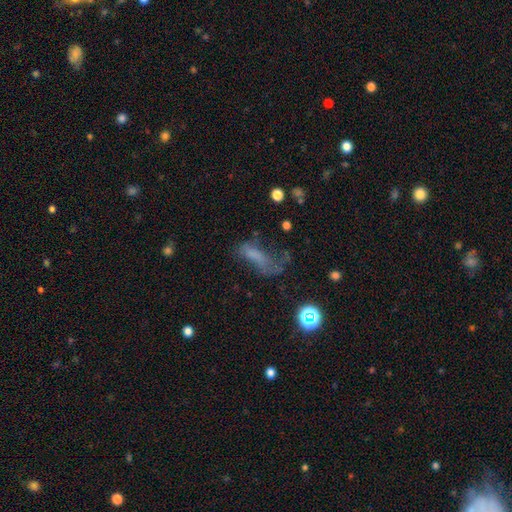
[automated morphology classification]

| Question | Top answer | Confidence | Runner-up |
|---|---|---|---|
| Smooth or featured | smooth | 44% | featured or disk (33%) |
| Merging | major disturbance | 44% | none (29%) |